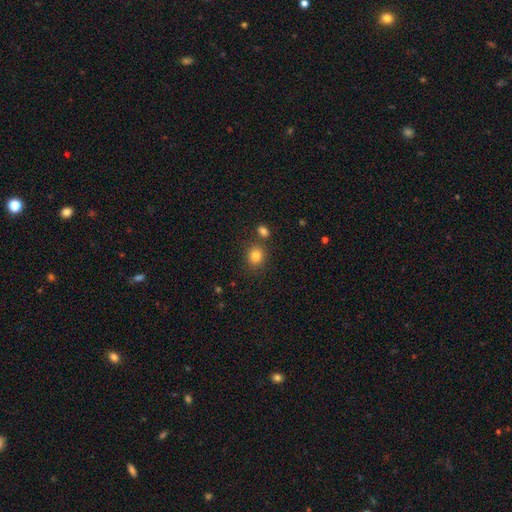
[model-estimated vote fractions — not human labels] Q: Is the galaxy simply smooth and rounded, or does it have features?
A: smooth — 83%.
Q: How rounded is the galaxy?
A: round — 76%.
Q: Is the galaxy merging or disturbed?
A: none — 76%.